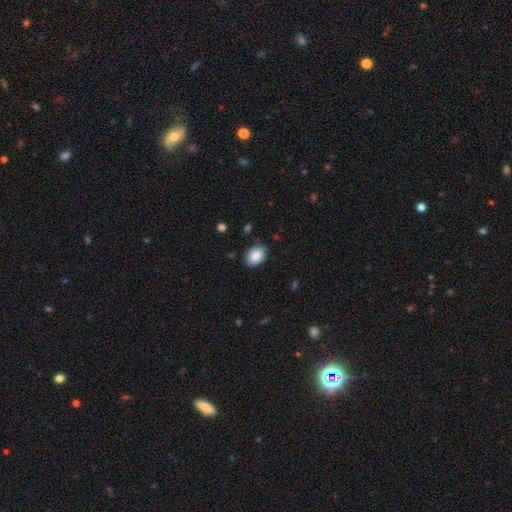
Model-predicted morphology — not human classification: A smooth galaxy with no disk features (89%) that is in between round and cigar-shaped (81%). Merging: none (84%).